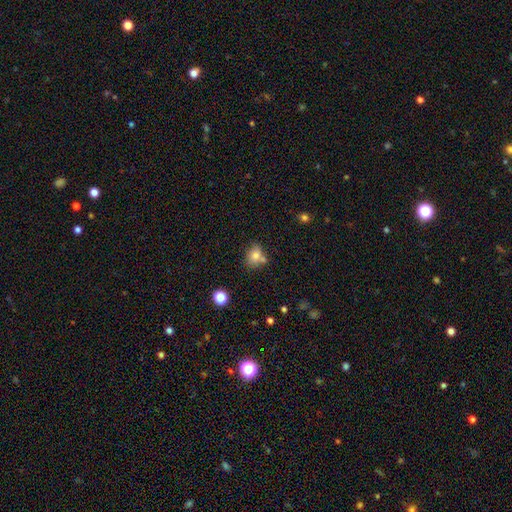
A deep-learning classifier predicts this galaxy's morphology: A smooth galaxy with no disk features (77%) that is in between round and cigar-shaped (56%).

Vote fractions:
- Smooth or featured? smooth: 77% / featured or disk: 12% / star or artifact: 11%
- How rounded? in between: 56% / round: 43% / cigar-shaped: 1%
- Merging? none: 54% / merger: 25% / minor disturbance: 16% / major disturbance: 5%